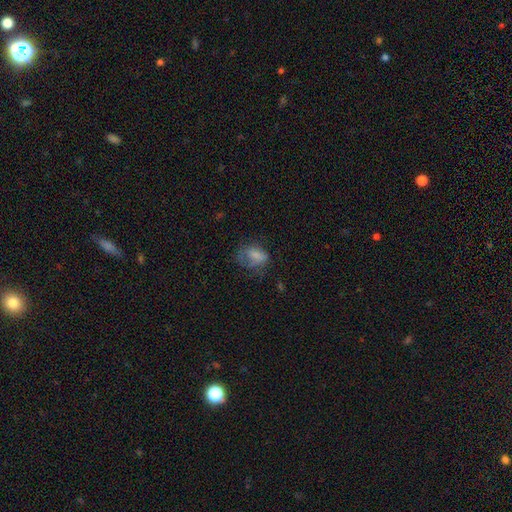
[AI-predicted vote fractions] Smooth or featured? Predicted: smooth (p=0.67). How rounded? Predicted: in between (p=0.75). Merging? Predicted: none (p=0.37).